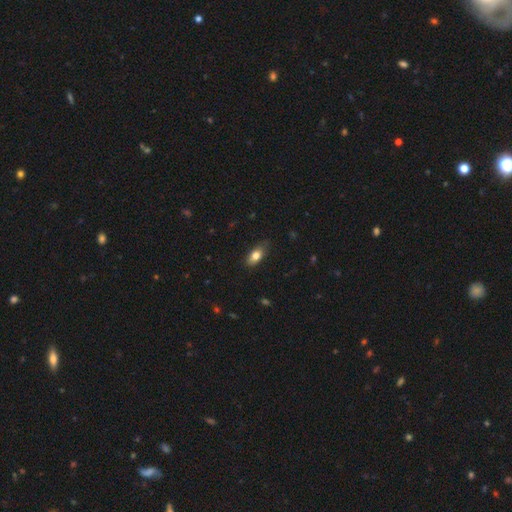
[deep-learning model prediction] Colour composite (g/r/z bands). It shows a smooth galaxy with no disk features (78%) that is in between round and cigar-shaped (84%). Merging: none (77%).